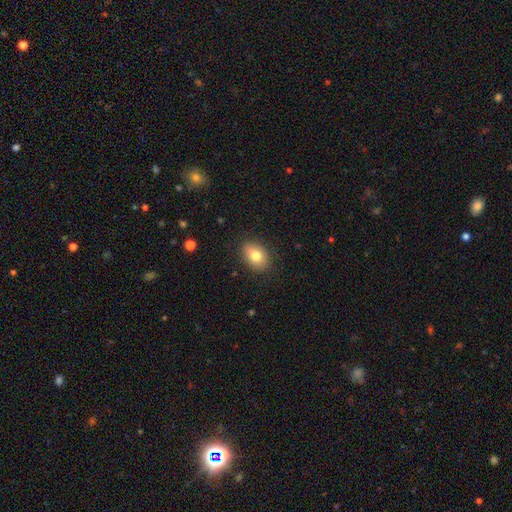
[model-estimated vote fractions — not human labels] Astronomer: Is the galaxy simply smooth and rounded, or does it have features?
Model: smooth — 80%.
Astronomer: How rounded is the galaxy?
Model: in between — 80%.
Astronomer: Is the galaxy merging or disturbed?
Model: none — 86%.